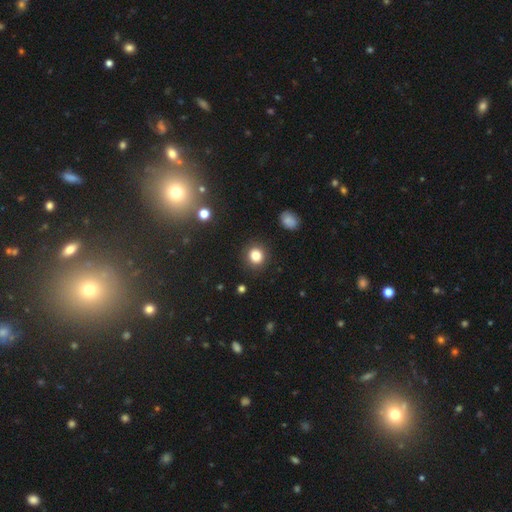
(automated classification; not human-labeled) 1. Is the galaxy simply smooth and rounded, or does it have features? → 83% smooth, 12% star or artifact, 5% featured or disk.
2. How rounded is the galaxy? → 85% round, 14% in between, 1% cigar-shaped.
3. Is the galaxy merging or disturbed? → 90% none, 6% minor disturbance, 3% major disturbance, 1% merger.